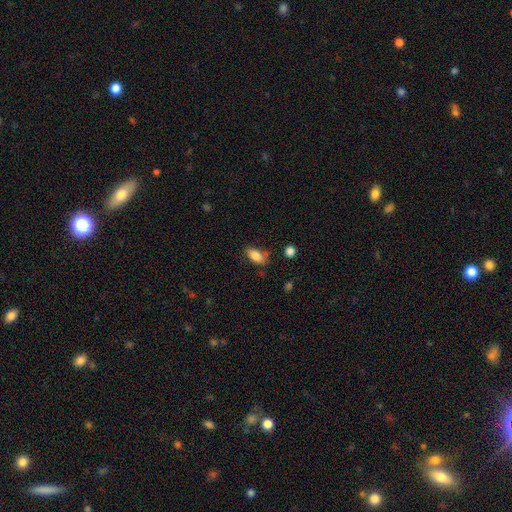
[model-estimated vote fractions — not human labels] This appears to be a smooth galaxy with no disk features (84%) that is in between round and cigar-shaped (88%). Merging: none (69%).